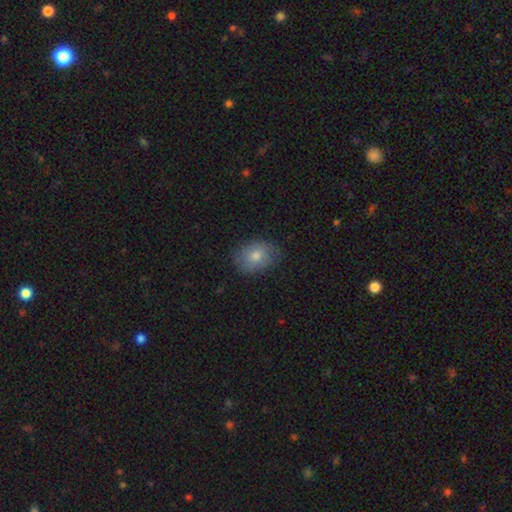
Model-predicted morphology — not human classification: Q: Smooth or featured?
A: smooth (75%); runner-up: featured or disk (16%)
Q: How rounded?
A: in between (70%); runner-up: round (29%)
Q: Merging?
A: none (78%); runner-up: minor disturbance (17%)